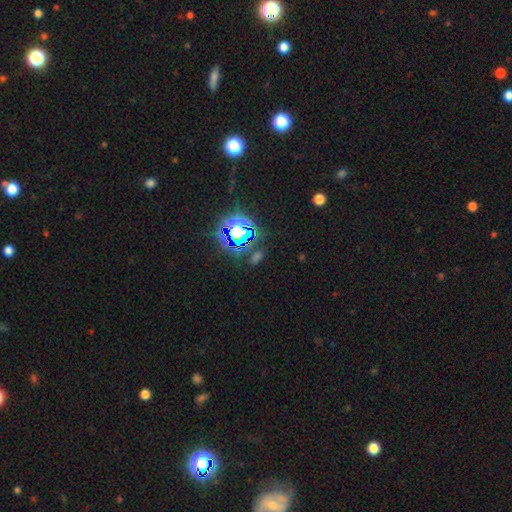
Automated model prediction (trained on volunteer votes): A star or artifact, not a galaxy (68%).